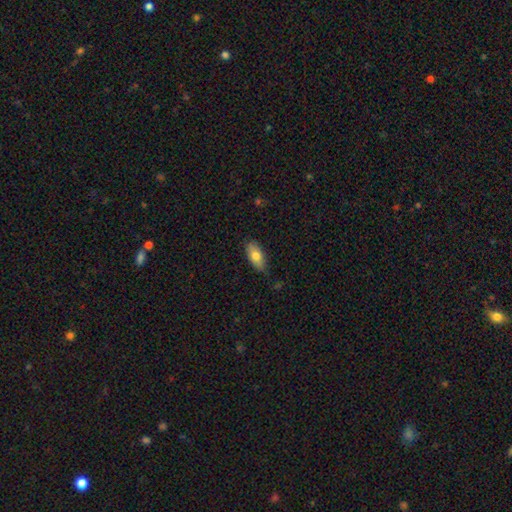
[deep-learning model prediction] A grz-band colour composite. It shows a smooth galaxy with no disk features (73%) that is in between round and cigar-shaped (86%). Merging: none (79%).